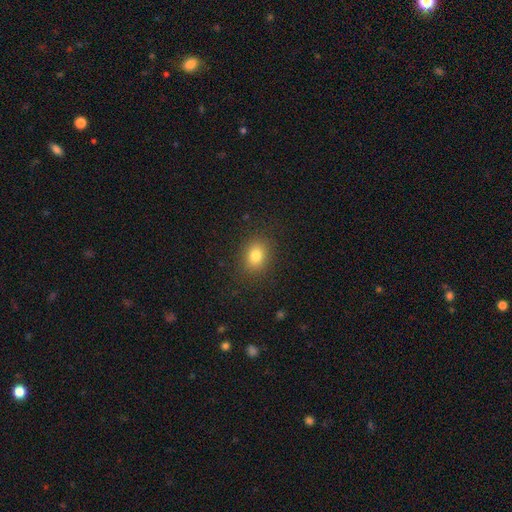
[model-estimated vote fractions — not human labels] smooth 80%, star or artifact 12%, featured or disk 8%. Down the decision tree: how rounded — round (51%); merging — none (87%).